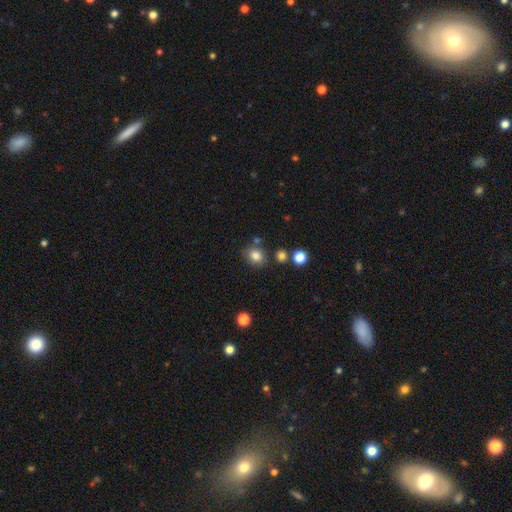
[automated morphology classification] smooth_or_featured: smooth (p=0.82) [alt: star or artifact p=0.12]
how_rounded: round (p=0.60) [alt: in between p=0.39]
merging: none (p=0.75) [alt: minor disturbance p=0.14]